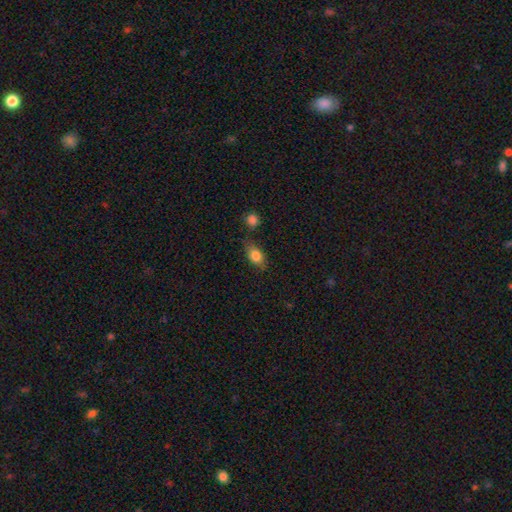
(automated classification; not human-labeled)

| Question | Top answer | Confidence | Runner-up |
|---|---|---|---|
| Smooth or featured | smooth | 81% | featured or disk (10%) |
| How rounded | in between | 81% | round (14%) |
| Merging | none | 68% | minor disturbance (19%) |